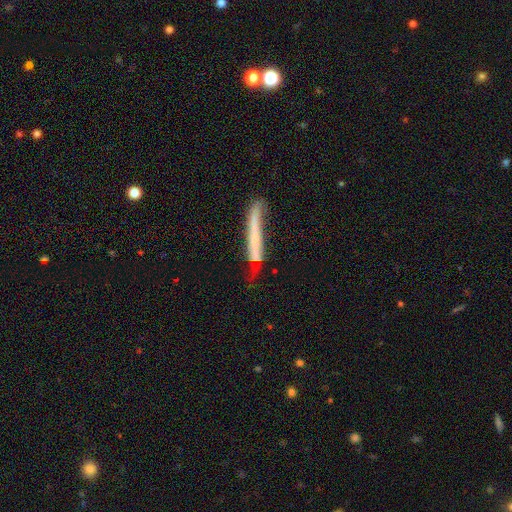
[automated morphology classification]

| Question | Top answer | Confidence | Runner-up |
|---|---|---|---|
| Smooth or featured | smooth | 55% | featured or disk (38%) |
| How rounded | cigar-shaped | 93% | in between (5%) |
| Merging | none | 43% | minor disturbance (27%) |